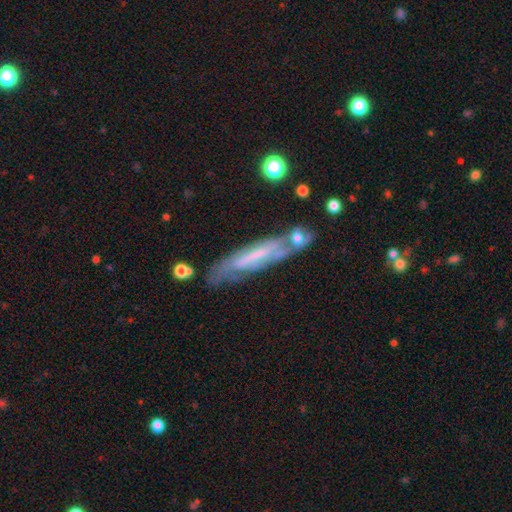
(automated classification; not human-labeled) A featured or disk galaxy (64%) viewed edge-on (54%). Merging: none (61%).